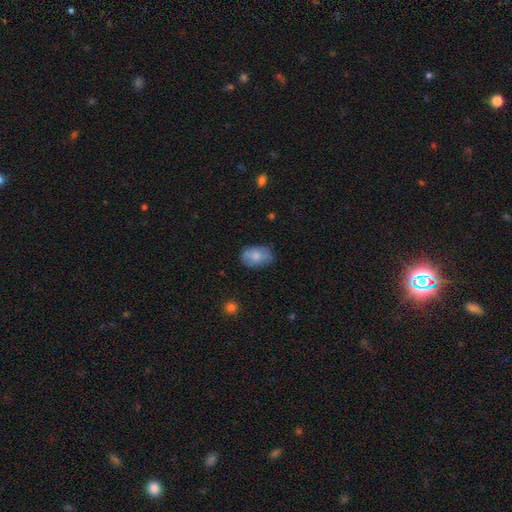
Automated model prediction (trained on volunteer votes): Morphology: type=smooth (76%); roundness=in between (85%); merging=none (70%).